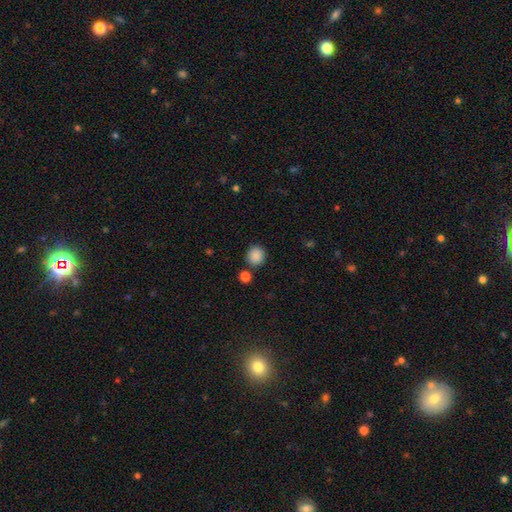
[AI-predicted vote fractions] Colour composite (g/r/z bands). It shows a smooth galaxy with no disk features (87%) that is round (84%). Merging: none (82%).